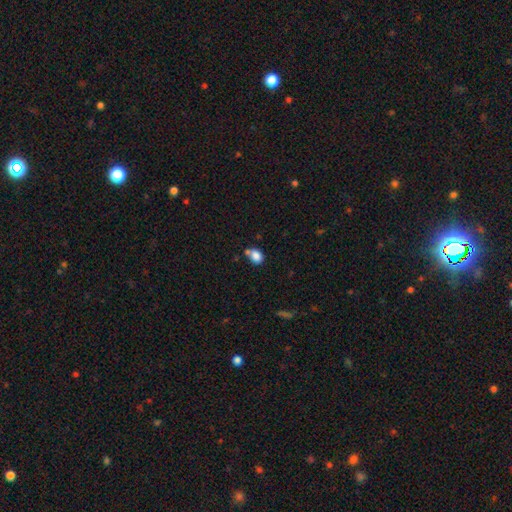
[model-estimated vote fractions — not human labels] Q: Smooth or featured?
A: smooth (84%); runner-up: star or artifact (10%)
Q: How rounded?
A: in between (57%); runner-up: round (42%)
Q: Merging?
A: none (52%); runner-up: merger (21%)